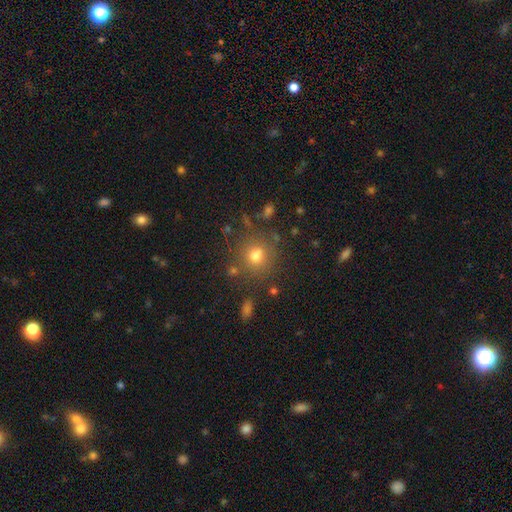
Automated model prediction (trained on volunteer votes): smooth_or_featured: smooth (p=0.74) [alt: star or artifact p=0.17]
how_rounded: round (p=0.89) [alt: in between p=0.10]
merging: none (p=0.79) [alt: minor disturbance p=0.10]